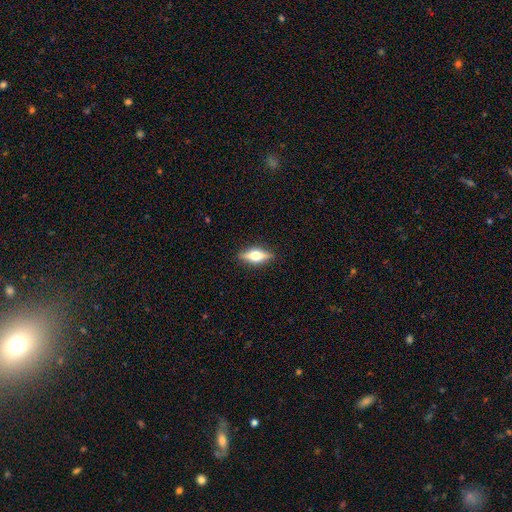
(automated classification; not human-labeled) This is possibly a featured or disk galaxy (54%). It is clearly viewed edge-on (92%). Merging: clearly none (88%).